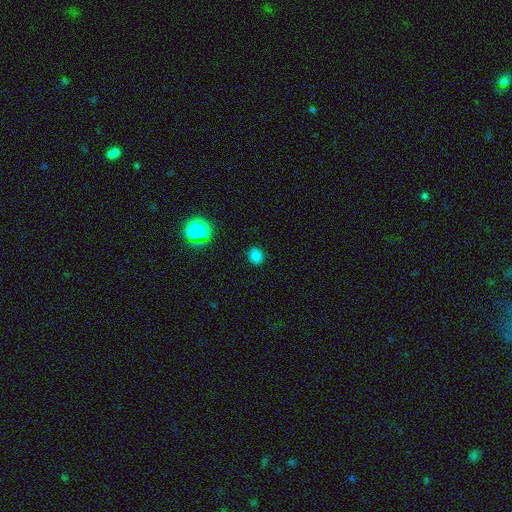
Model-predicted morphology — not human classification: Q: Smooth or featured?
A: smooth (80%); runner-up: star or artifact (16%)
Q: How rounded?
A: round (63%); runner-up: in between (36%)
Q: Merging?
A: none (89%); runner-up: minor disturbance (8%)